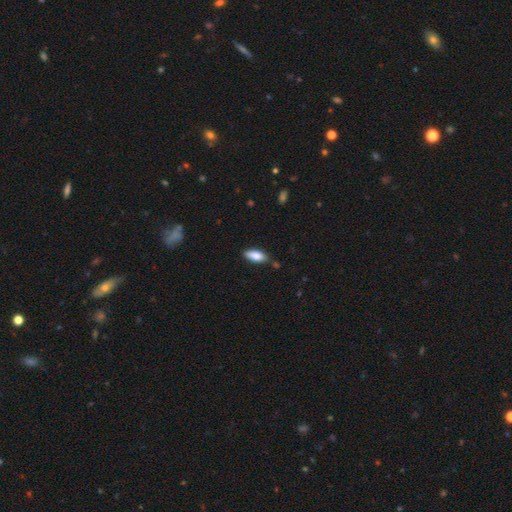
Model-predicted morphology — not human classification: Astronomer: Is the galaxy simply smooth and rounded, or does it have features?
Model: smooth — 82%.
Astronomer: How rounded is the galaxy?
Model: in between — 78%.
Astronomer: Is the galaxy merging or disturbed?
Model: none — 77%.